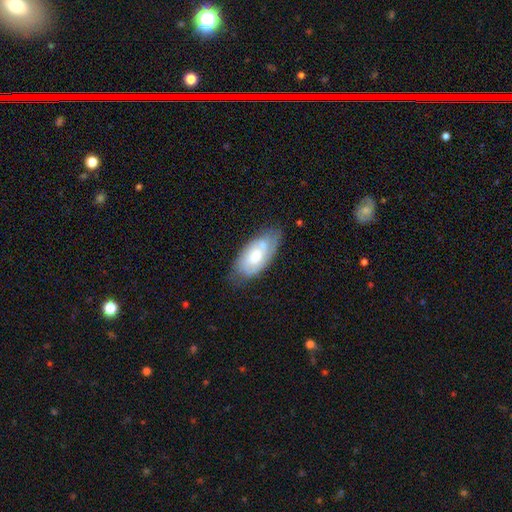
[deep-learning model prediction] Smooth or featured? smooth (54%)
How rounded? in between (92%)
Merging? none (52%)